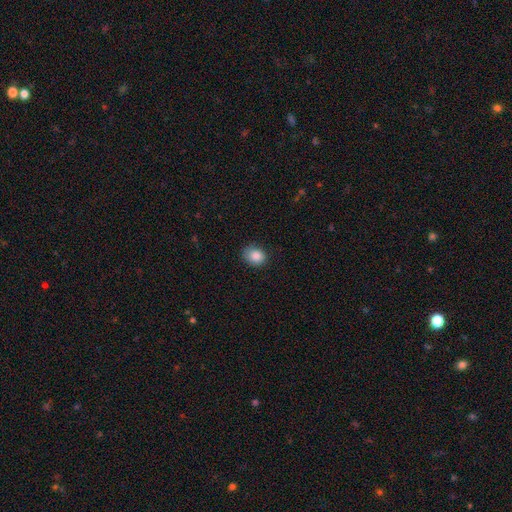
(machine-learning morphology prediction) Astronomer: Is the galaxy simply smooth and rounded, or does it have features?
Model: smooth — 86%.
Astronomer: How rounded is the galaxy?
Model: round — 55% (runner-up: in between, 44%).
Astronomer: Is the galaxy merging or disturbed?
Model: none — 76%.